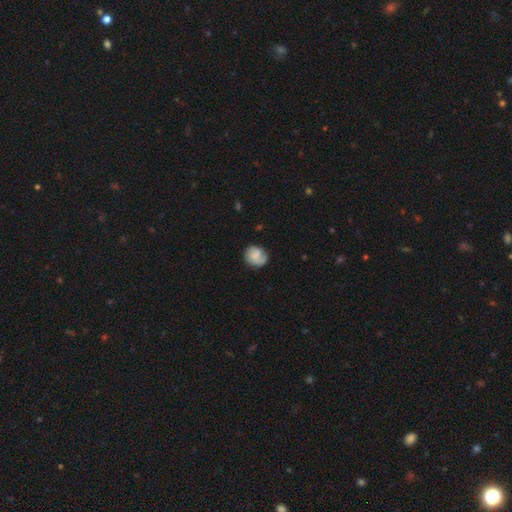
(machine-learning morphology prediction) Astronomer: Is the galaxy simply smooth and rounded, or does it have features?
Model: smooth — 54% (runner-up: featured or disk, 38%).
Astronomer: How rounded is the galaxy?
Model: round — 73%.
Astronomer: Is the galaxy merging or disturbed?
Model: none — 69%.